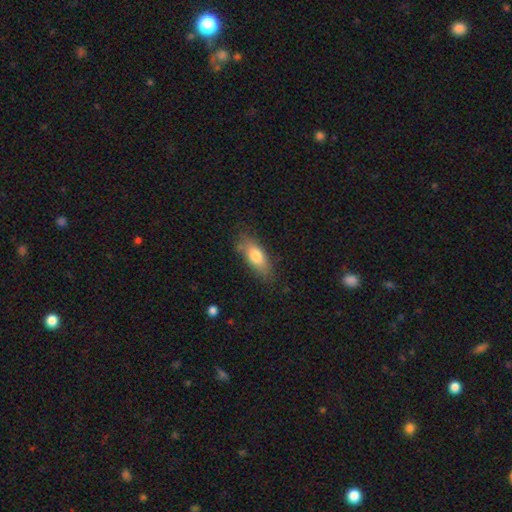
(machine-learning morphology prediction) smooth 76%, featured or disk 17%, star or artifact 7%. Down the decision tree: how rounded — in between (73%); merging — none (72%).